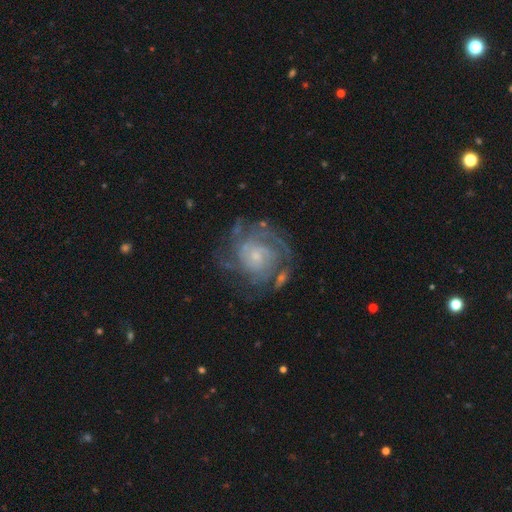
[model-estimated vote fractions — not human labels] smooth-or-featured: featured or disk: 83% | smooth: 10% | star or artifact: 7%
  disk-edge-on: no: 98% | yes: 2%
    bar: no: 72% | weak: 24% | strong: 4%
    has-spiral-arms: yes: 93% | no: 7%
      spiral-winding: tight: 62% | medium: 30% | loose: 8%
      spiral-arm-count: can't tell: 35% | 3: 20% | 4: 16% | 2: 15% | more than 4: 7% | 1: 6%
    bulge-size: small: 66% | moderate: 25% | none: 5% | large: 3% | dominant: 1%
  merging: none: 68% | minor disturbance: 17% | major disturbance: 11% | merger: 4%